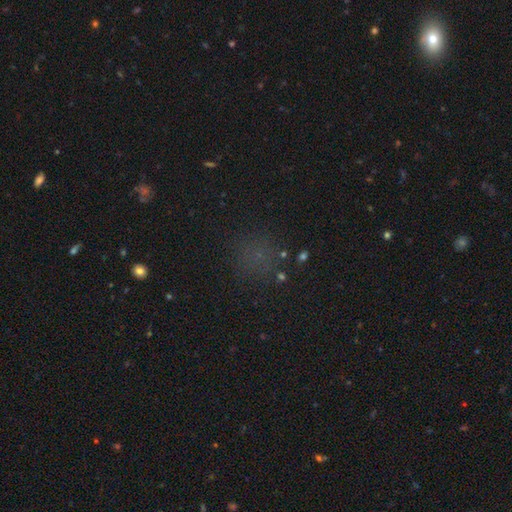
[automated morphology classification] A smooth galaxy with no disk features (51%) that is round (87%). Merging: none (78%).